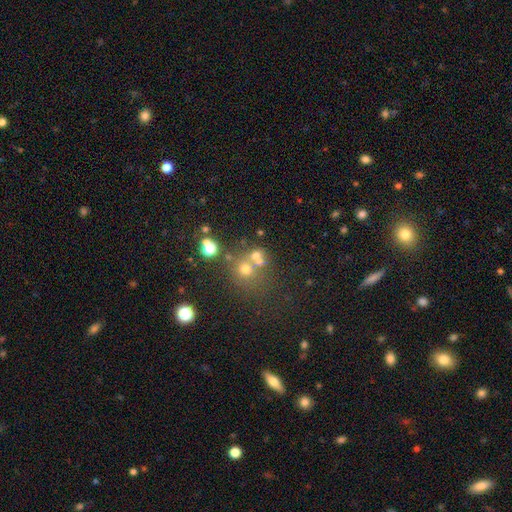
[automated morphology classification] Overall: smooth (56%; star or artifact 24%). How rounded: round (77%). Merging: none (44%; merger 40%).